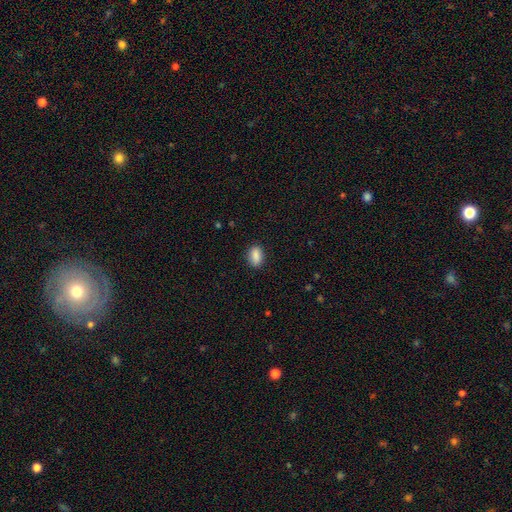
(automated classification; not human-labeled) Morphology: type=smooth (88%); roundness=in between (87%); merging=none (86%).